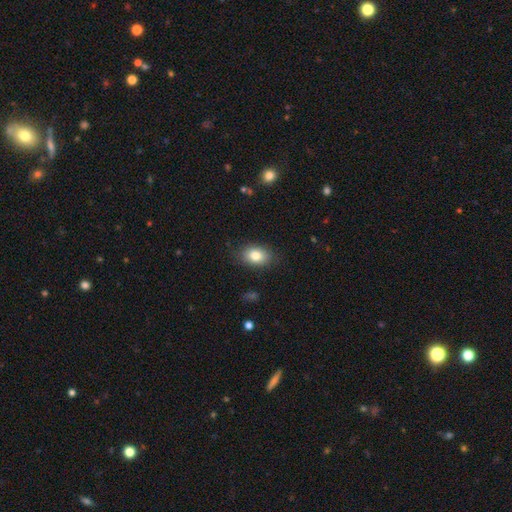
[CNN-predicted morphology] Q: Smooth or featured?
A: smooth (82%); runner-up: featured or disk (10%)
Q: How rounded?
A: in between (81%); runner-up: round (18%)
Q: Merging?
A: none (84%); runner-up: minor disturbance (12%)